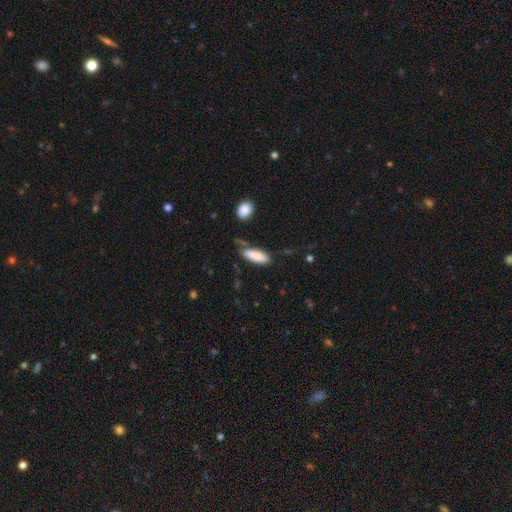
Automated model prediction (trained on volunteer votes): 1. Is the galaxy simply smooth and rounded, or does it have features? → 84% smooth, 10% featured or disk, 6% star or artifact.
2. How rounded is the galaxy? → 60% in between, 38% cigar-shaped, 2% round.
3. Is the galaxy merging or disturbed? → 65% none, 23% minor disturbance, 6% major disturbance, 6% merger.